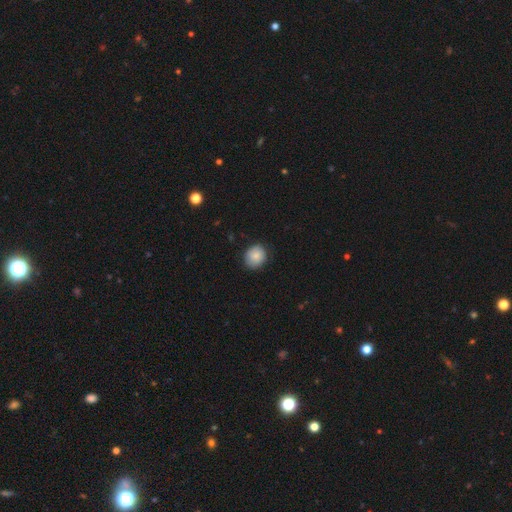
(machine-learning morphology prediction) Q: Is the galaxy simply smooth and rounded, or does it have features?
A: smooth — 84%.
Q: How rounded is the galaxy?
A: round — 75%.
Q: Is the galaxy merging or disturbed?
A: none — 82%.